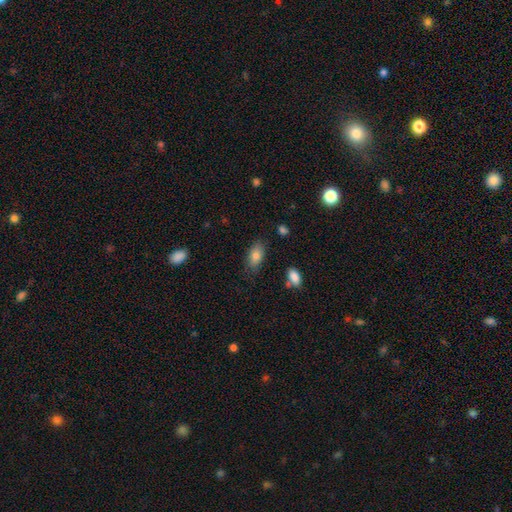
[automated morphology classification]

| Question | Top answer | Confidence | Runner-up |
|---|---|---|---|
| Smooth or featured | smooth | 81% | featured or disk (11%) |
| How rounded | in between | 91% | round (5%) |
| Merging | none | 77% | minor disturbance (17%) |